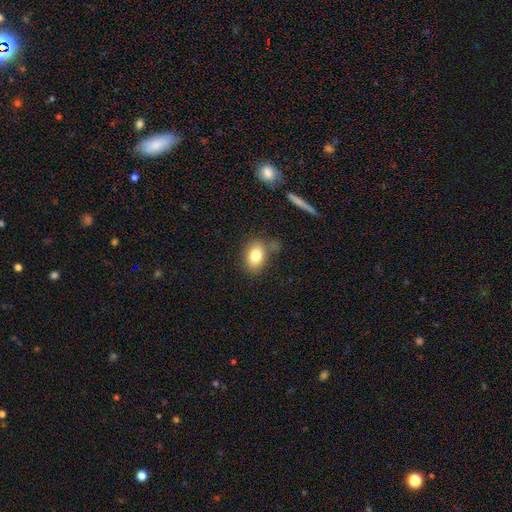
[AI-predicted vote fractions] Smooth or featured: smooth — 79% (featured or disk — 12%)
How rounded: in between — 75% (round — 23%)
Merging: none — 71% (minor disturbance — 17%)